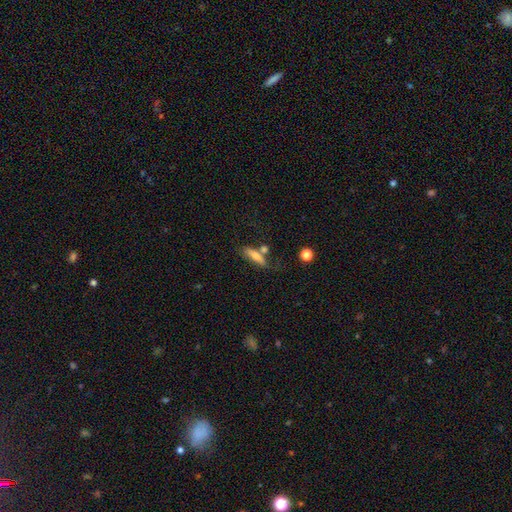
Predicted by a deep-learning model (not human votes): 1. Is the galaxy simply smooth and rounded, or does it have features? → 74% smooth, 18% featured or disk, 8% star or artifact.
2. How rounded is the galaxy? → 61% cigar-shaped, 34% in between, 4% round.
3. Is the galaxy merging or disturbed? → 55% none, 19% minor disturbance, 17% merger, 9% major disturbance.